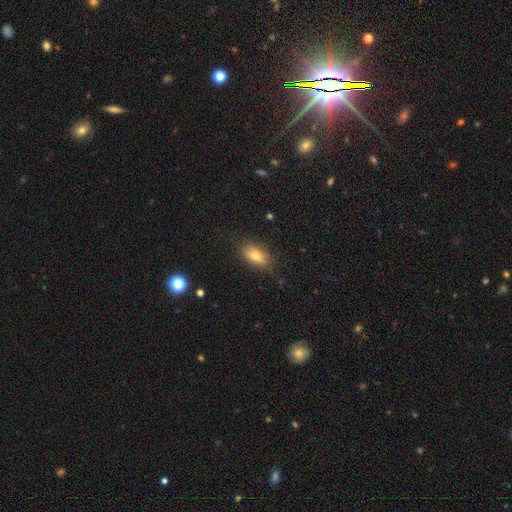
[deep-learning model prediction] smooth 72%, featured or disk 19%, star or artifact 9%. Down the decision tree: how rounded — in between (83%); merging — none (83%).